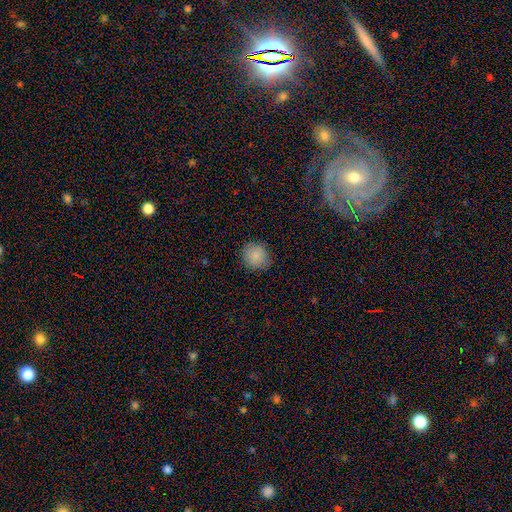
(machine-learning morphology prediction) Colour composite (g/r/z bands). It shows a smooth galaxy with no disk features (87%) that is round (83%). Merging: none (86%).